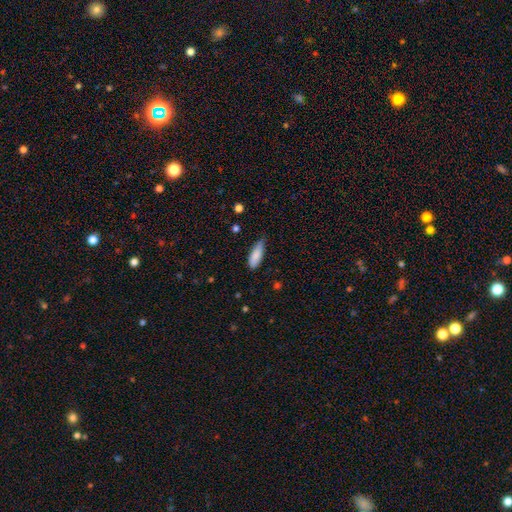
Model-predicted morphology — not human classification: type=smooth (87%); roundness=in between (64%); merging=none (62%).